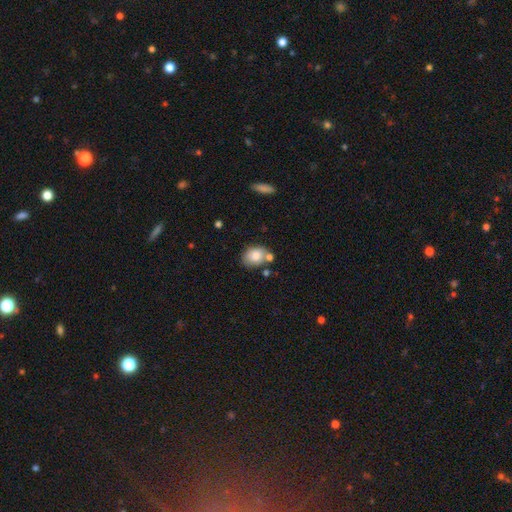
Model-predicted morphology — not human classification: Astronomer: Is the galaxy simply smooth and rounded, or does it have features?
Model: smooth — 81%.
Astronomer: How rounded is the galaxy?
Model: in between — 61% (runner-up: round, 38%).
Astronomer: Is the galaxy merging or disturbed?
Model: none — 62%.